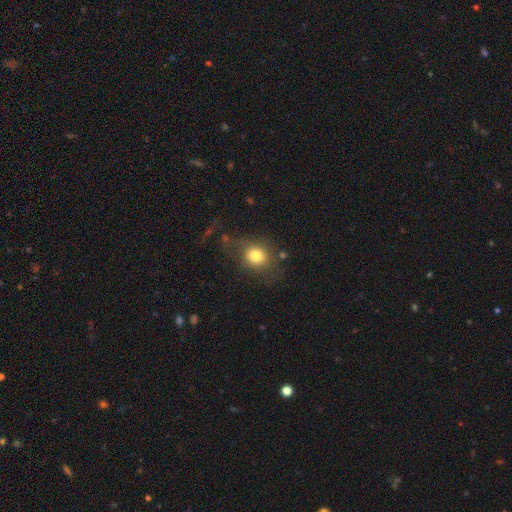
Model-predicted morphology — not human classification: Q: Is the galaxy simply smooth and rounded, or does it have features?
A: smooth — 79%.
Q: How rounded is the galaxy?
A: round — 70%.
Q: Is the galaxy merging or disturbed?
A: none — 64%.